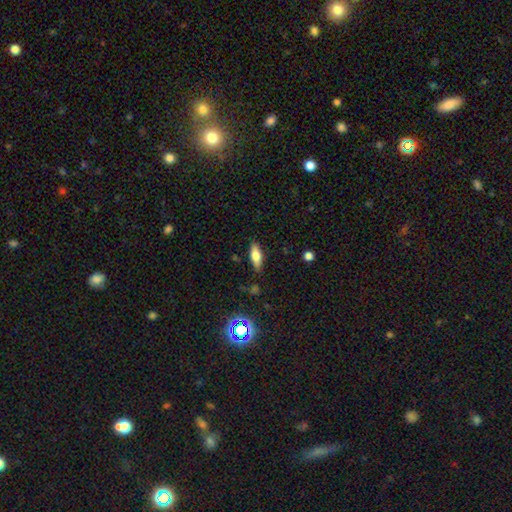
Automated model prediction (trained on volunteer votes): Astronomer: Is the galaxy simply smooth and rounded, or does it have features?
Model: smooth — 67%.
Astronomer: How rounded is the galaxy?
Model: in between — 67%.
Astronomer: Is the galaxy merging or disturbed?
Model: none — 83%.